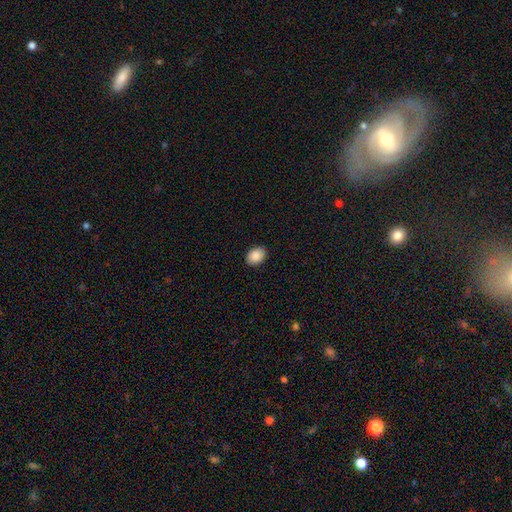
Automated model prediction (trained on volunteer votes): Overall: smooth (89%). How rounded: in between (68%; round 31%). Merging: none (91%).